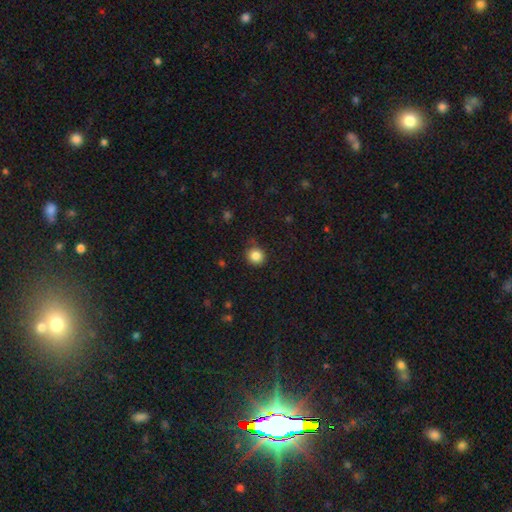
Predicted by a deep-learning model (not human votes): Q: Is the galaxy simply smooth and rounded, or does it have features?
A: smooth — 85%.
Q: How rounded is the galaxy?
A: round — 91%.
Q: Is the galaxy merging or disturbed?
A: none — 83%.